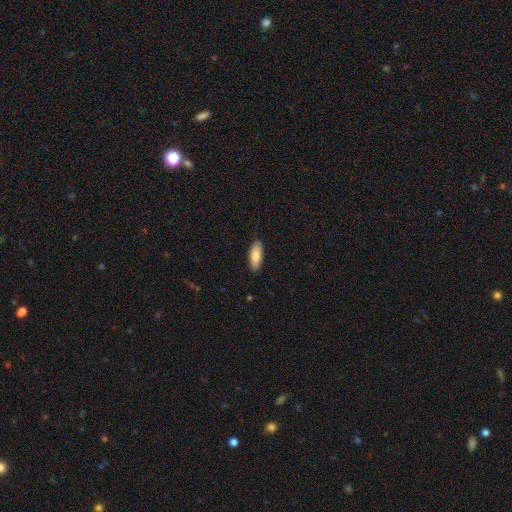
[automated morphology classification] Q: Smooth or featured?
A: smooth (85%); runner-up: featured or disk (9%)
Q: How rounded?
A: in between (71%); runner-up: cigar-shaped (27%)
Q: Merging?
A: none (89%); runner-up: minor disturbance (9%)